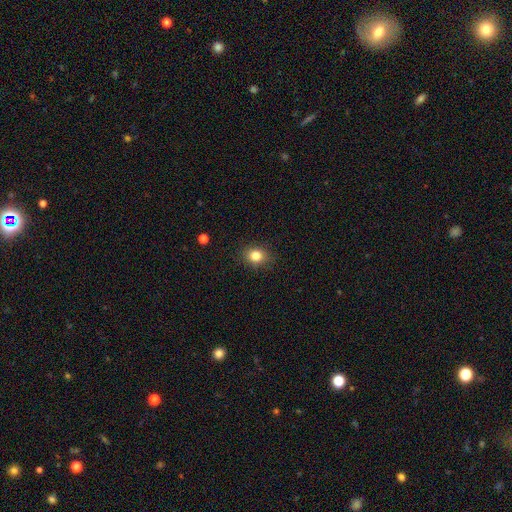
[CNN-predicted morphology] The model was most divided on "how rounded": round: 60%, in between: 39%, cigar-shaped: 1%. More confident: merging — none (87%); smooth or featured — smooth (82%).